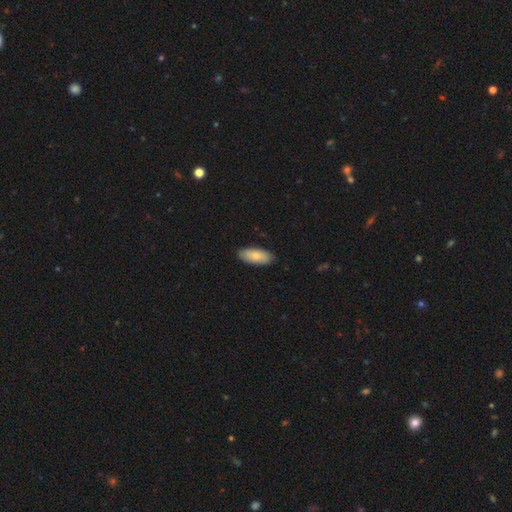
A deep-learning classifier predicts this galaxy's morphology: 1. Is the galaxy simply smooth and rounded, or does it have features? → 82% smooth, 12% featured or disk, 5% star or artifact.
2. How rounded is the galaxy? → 86% in between, 13% cigar-shaped, 2% round.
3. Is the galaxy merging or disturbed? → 88% none, 9% minor disturbance, 2% major disturbance, 1% merger.